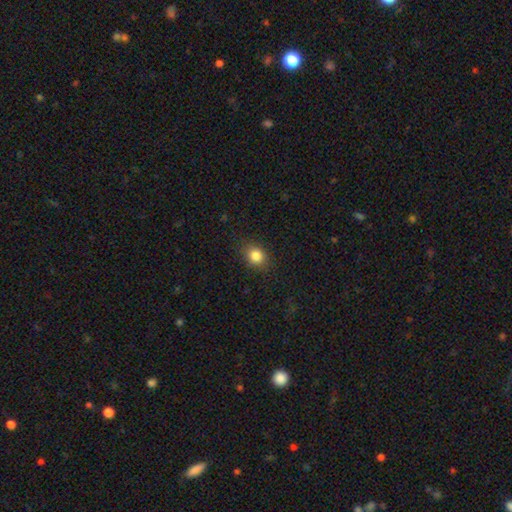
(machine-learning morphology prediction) This appears to be a smooth galaxy with no disk features (84%) that is round (57%). Merging: none (87%).